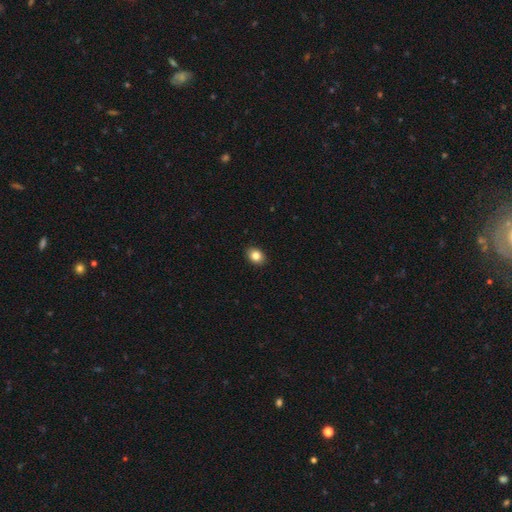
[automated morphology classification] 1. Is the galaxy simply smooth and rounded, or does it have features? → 84% smooth, 9% star or artifact, 7% featured or disk.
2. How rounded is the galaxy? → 61% in between, 38% round, 1% cigar-shaped.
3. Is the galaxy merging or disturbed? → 90% none, 7% minor disturbance, 2% major disturbance, 1% merger.